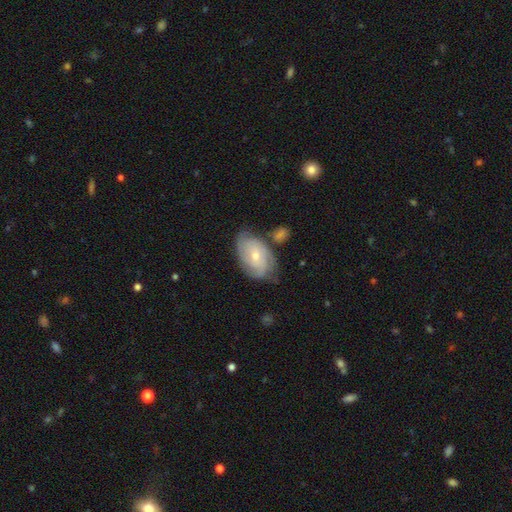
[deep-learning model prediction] This appears to be a featured or disk galaxy (68%) with no bar (72%), tight (62%) spiral arms (89%) and a small central bulge (53%). Merging: none (64%).